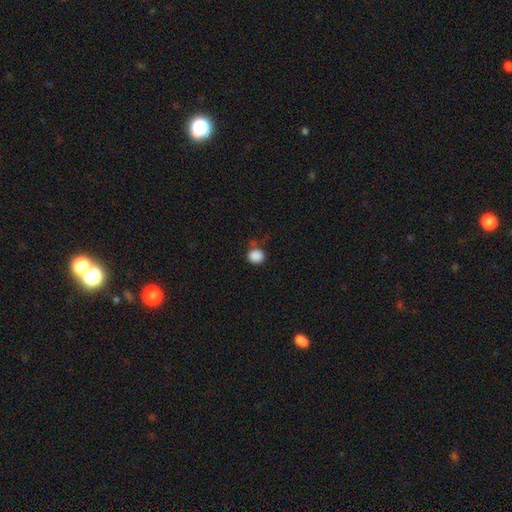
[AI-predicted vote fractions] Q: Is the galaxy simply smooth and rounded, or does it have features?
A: smooth — 87%.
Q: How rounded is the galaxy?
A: round — 79%.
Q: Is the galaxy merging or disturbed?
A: none — 74%.